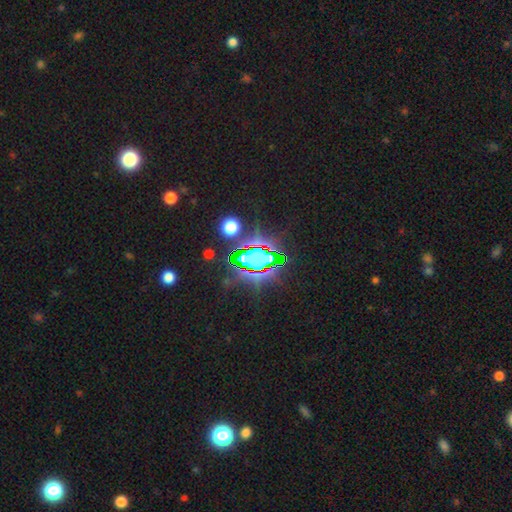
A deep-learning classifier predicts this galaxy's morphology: This appears to be a star or artifact, not a galaxy (72%).